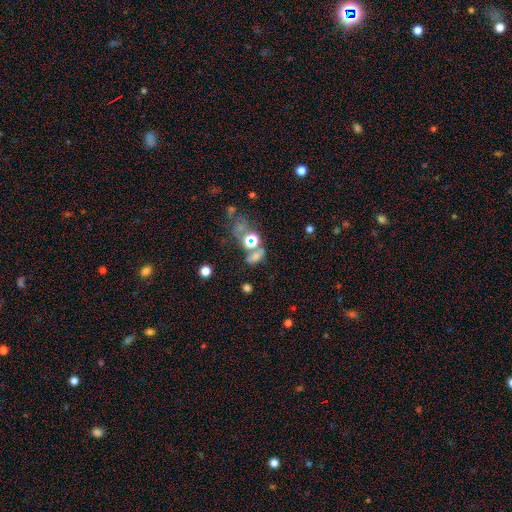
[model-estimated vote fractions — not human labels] This is possibly a smooth galaxy (52%). How rounded: likely in between (63%). Merging: possibly none (49%).